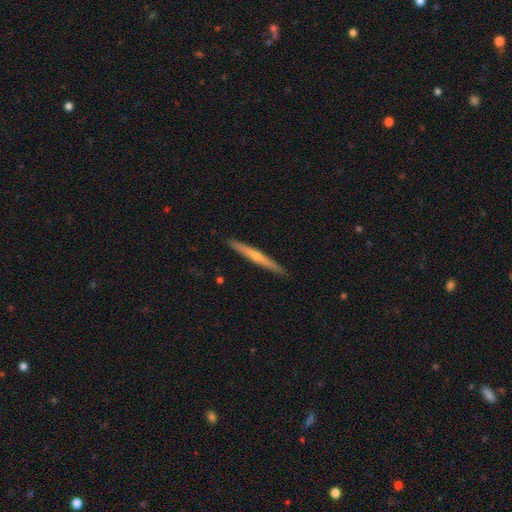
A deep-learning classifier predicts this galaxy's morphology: Q: Smooth or featured?
A: featured or disk (65%); runner-up: smooth (28%)
Q: Edge-on disk?
A: yes (97%); runner-up: no (3%)
Q: Edge-on bulge?
A: rounded (64%); runner-up: none (30%)
Q: Merging?
A: none (91%); runner-up: minor disturbance (6%)